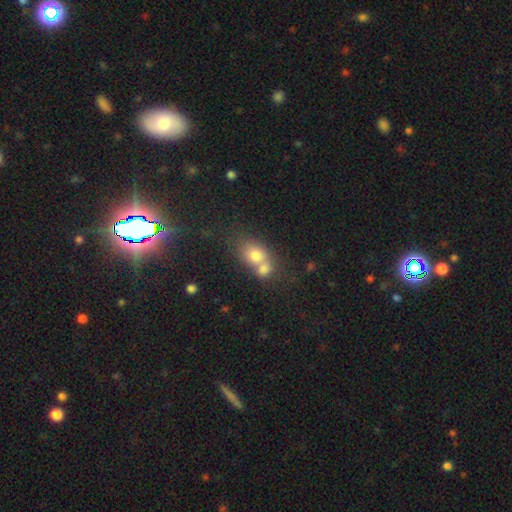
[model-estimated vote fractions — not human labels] This is likely a smooth galaxy (72%). How rounded: possibly in between (55%). Merging: likely merger (63%).